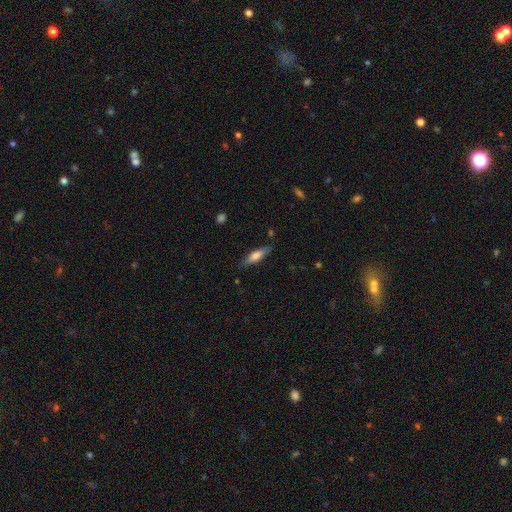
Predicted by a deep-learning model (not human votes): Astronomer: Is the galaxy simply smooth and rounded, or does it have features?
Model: smooth — 63%.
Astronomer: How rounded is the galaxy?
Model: cigar-shaped — 63%.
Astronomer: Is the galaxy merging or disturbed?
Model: none — 81%.